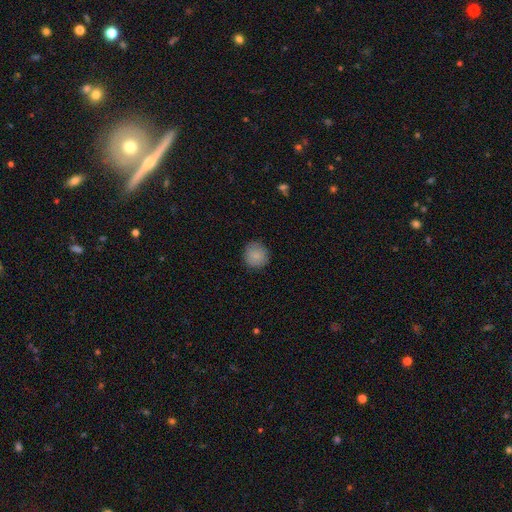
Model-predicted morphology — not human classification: This appears to be a smooth galaxy with no disk features (86%) that is round (93%). Merging: none (87%).